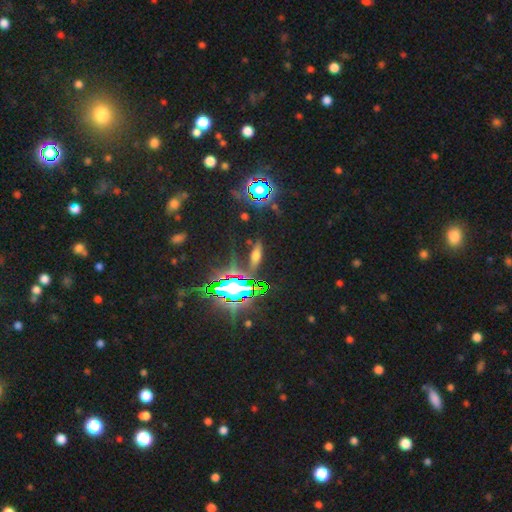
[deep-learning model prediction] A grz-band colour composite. It shows a star or artifact, not a galaxy (39%).